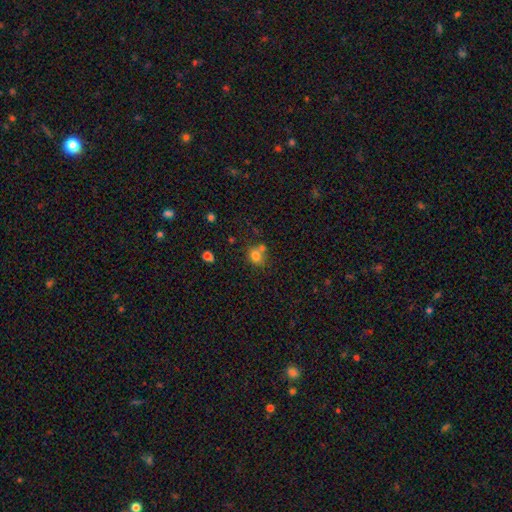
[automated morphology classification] The model was most divided on "merging": none: 54%, merger: 29%, minor disturbance: 13%, major disturbance: 4%. More confident: smooth or featured — smooth (77%); how rounded — round (69%).